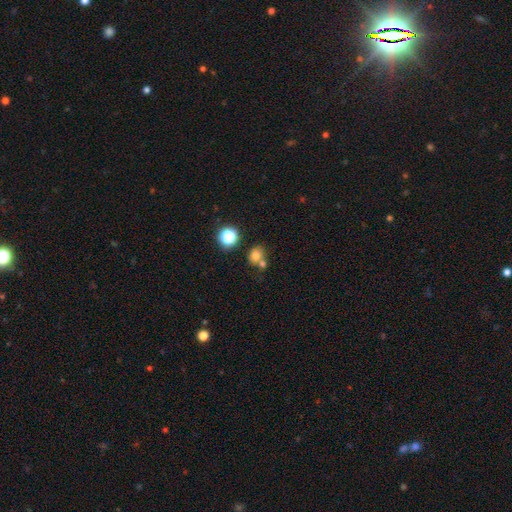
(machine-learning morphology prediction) smooth 74%, star or artifact 17%, featured or disk 9%. Down the decision tree: how rounded — round (67%); merging — none (52%).